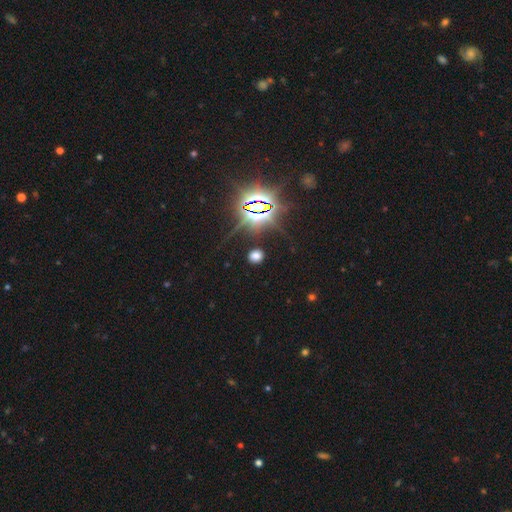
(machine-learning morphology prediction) A smooth galaxy with no disk features (59%) that is round (74%). Merging: none (87%).